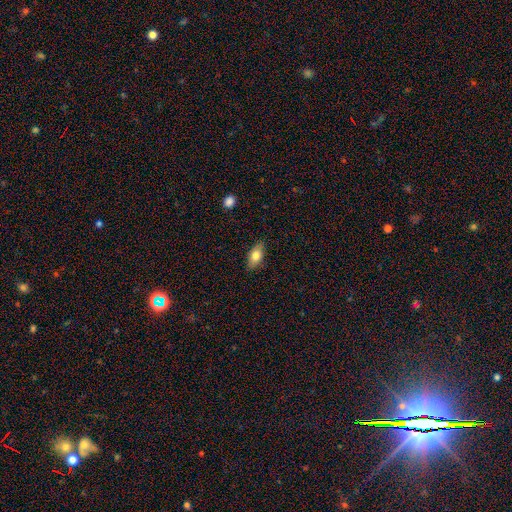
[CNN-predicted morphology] Smooth or featured? smooth (76%)
How rounded? in between (87%)
Merging? none (86%)